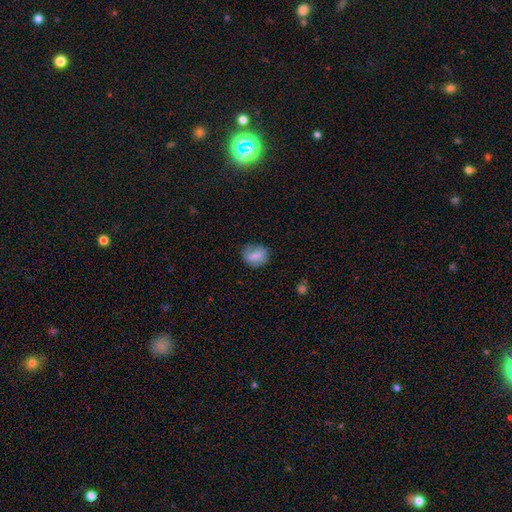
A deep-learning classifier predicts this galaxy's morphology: Smooth or featured: smooth — 74% (featured or disk — 17%)
How rounded: round — 57% (in between — 42%)
Merging: none — 75% (minor disturbance — 18%)